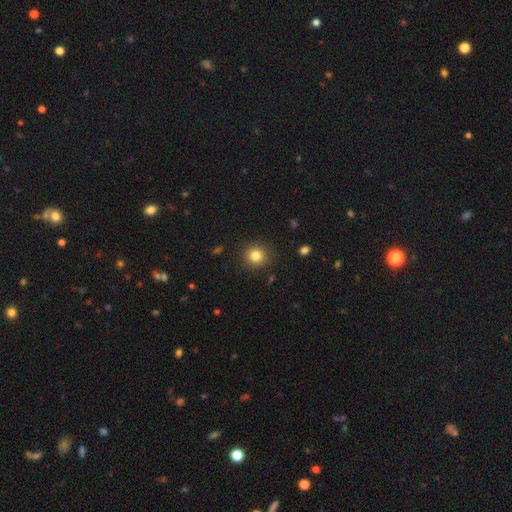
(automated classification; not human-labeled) Smooth or featured?
  - smooth: 81% *
  - star or artifact: 12%
  - featured or disk: 7%
How rounded?
  - round: 91% *
  - in between: 9%
  - cigar-shaped: 1%
Merging?
  - none: 89% *
  - minor disturbance: 7%
  - major disturbance: 2%
  - merger: 1%